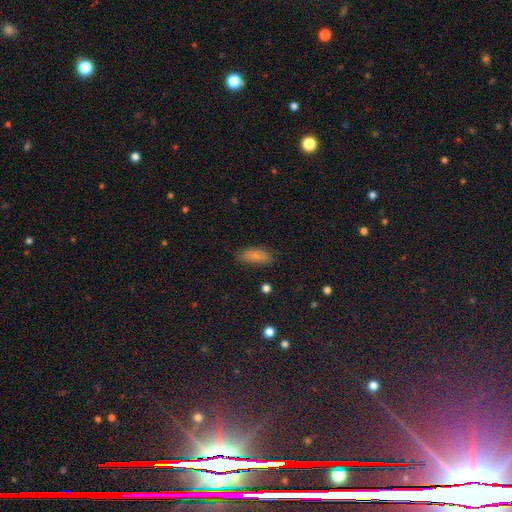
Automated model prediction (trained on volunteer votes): Smooth or featured: smooth — 75% (featured or disk — 16%)
How rounded: in between — 80% (cigar-shaped — 17%)
Merging: none — 77% (minor disturbance — 18%)